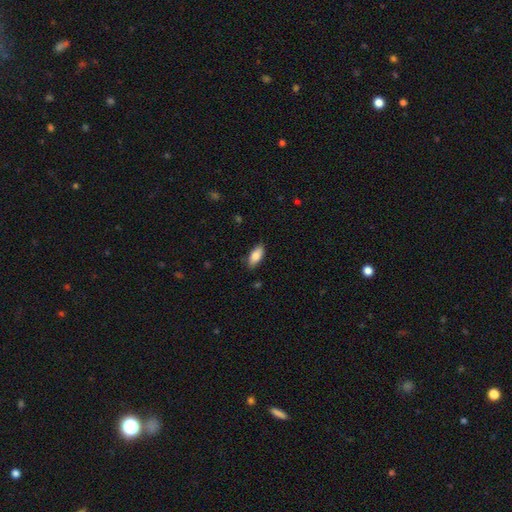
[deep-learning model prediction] Smooth or featured? Predicted: smooth (p=0.84). How rounded? Predicted: in between (p=0.85). Merging? Predicted: none (p=0.84).